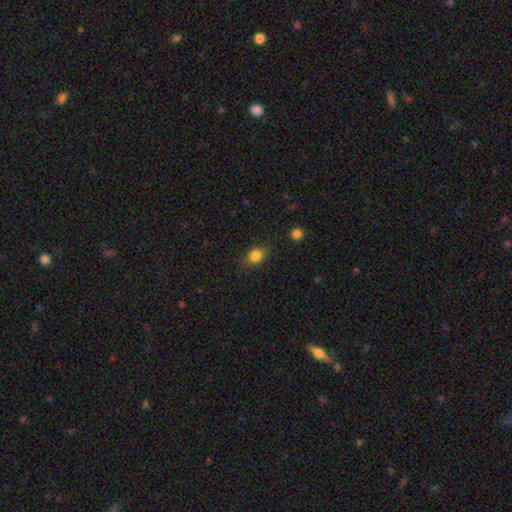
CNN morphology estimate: This is clearly a smooth galaxy (84%). How rounded: possibly round (51%). Merging: clearly none (81%).